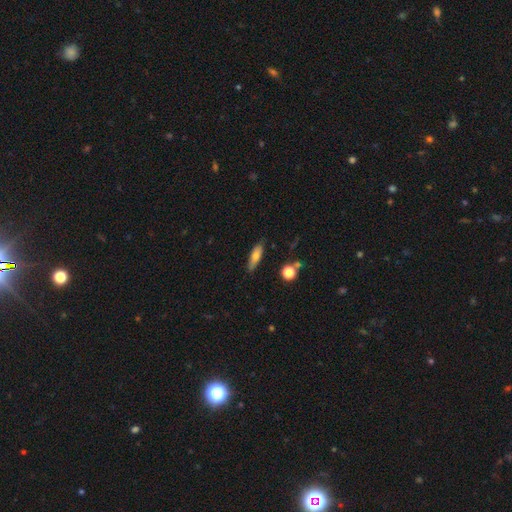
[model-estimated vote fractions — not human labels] Q: Smooth or featured?
A: smooth (65%); runner-up: featured or disk (27%)
Q: How rounded?
A: cigar-shaped (55%); runner-up: in between (41%)
Q: Merging?
A: none (82%); runner-up: minor disturbance (13%)